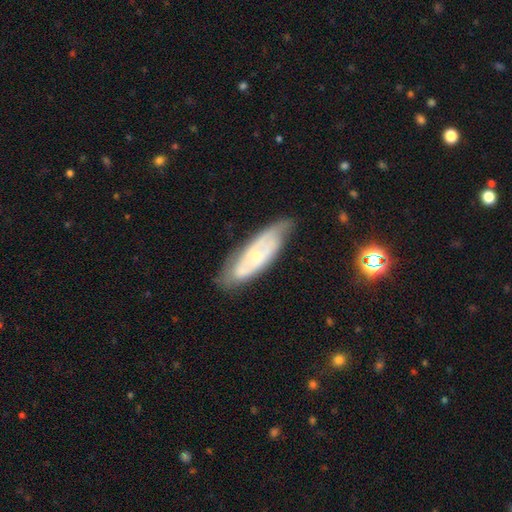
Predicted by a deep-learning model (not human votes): featured or disk 66%, smooth 27%, star or artifact 7%. Down the decision tree: edge-on disk — no (81%); bar — no (59%); spiral arms — yes (76%); bulge size — small (68%); merging — none (68%).